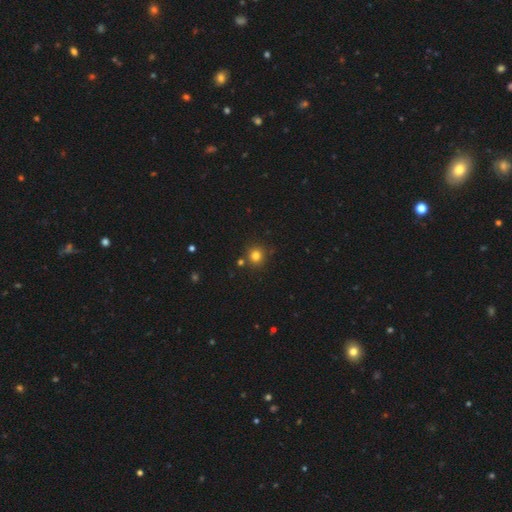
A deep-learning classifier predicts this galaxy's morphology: Smooth or featured: smooth — 80% (star or artifact — 14%)
How rounded: round — 91% (in between — 8%)
Merging: none — 83% (minor disturbance — 8%)